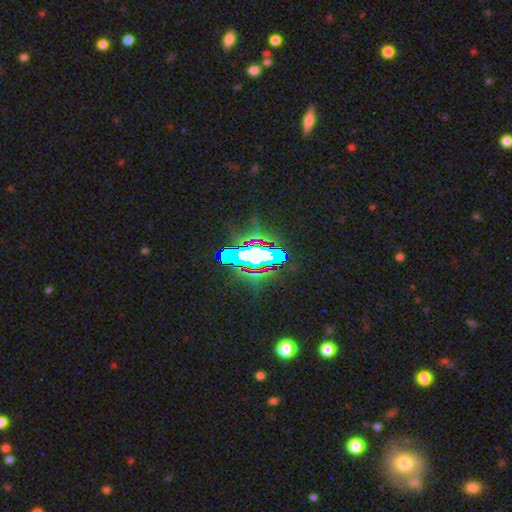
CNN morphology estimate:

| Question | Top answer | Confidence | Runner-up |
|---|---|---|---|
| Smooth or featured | star or artifact | 62% | featured or disk (22%) |